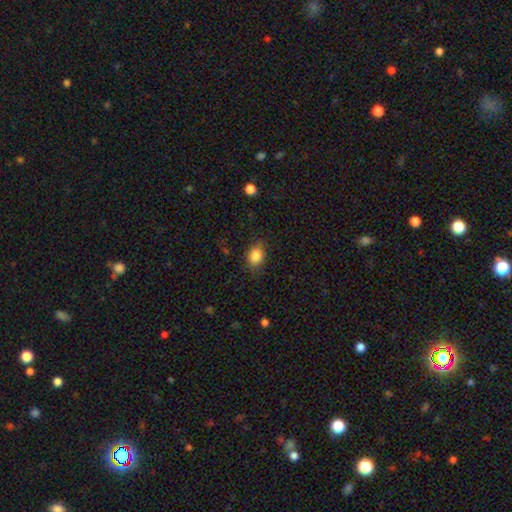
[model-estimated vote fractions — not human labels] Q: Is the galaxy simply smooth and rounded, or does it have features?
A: smooth — 85%.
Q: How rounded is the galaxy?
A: in between — 64%.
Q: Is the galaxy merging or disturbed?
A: none — 77%.